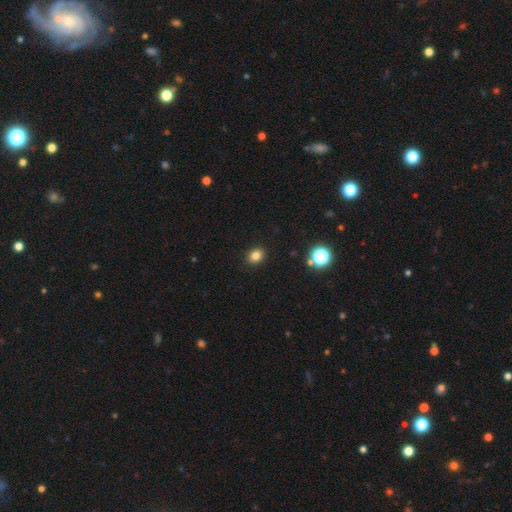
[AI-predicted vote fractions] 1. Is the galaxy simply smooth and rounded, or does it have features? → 82% smooth, 13% star or artifact, 5% featured or disk.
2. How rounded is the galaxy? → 60% round, 39% in between, 1% cigar-shaped.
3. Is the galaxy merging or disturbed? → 91% none, 6% minor disturbance, 2% major disturbance, 1% merger.